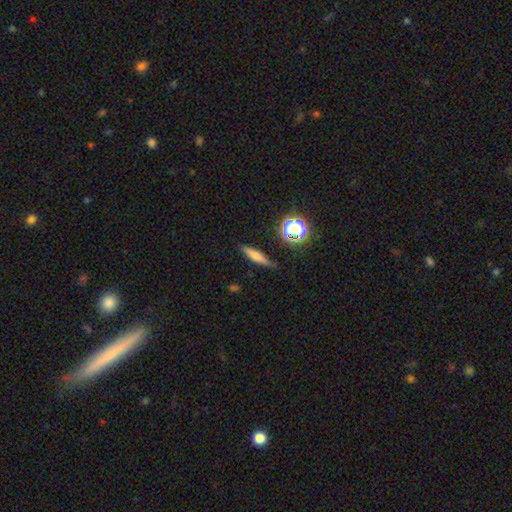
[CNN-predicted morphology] A smooth galaxy with no disk features (60%) that is cigar-shaped (79%).

Vote fractions:
- Smooth or featured? smooth: 60% / featured or disk: 28% / star or artifact: 12%
- How rounded? cigar-shaped: 79% / in between: 16% / round: 4%
- Merging? none: 82% / minor disturbance: 13% / major disturbance: 3% / merger: 2%